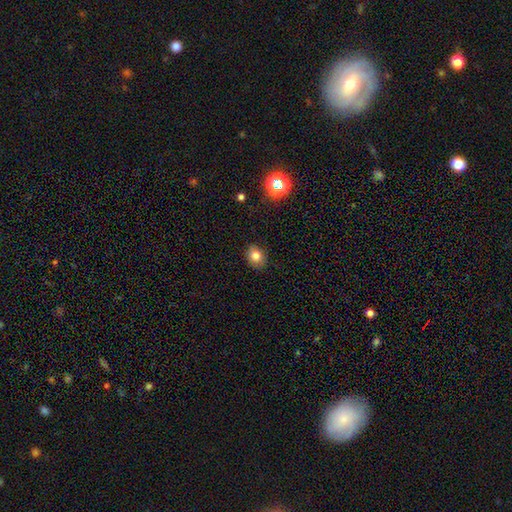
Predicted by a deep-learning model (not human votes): A smooth galaxy with no disk features (80%) that is round (54%). Merging: none (88%).